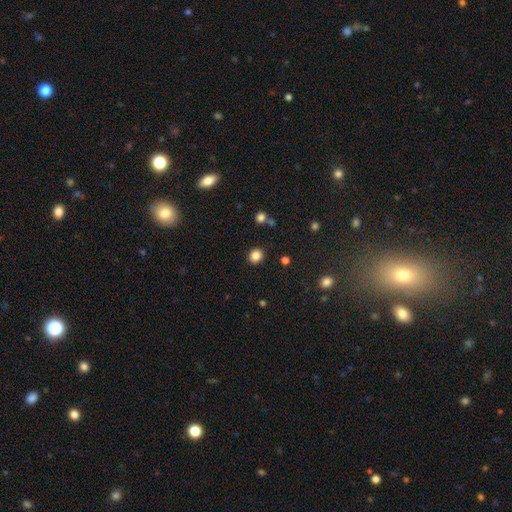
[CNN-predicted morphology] Smooth or featured: smooth — 84% (star or artifact — 12%)
How rounded: round — 83% (in between — 16%)
Merging: none — 89% (minor disturbance — 6%)